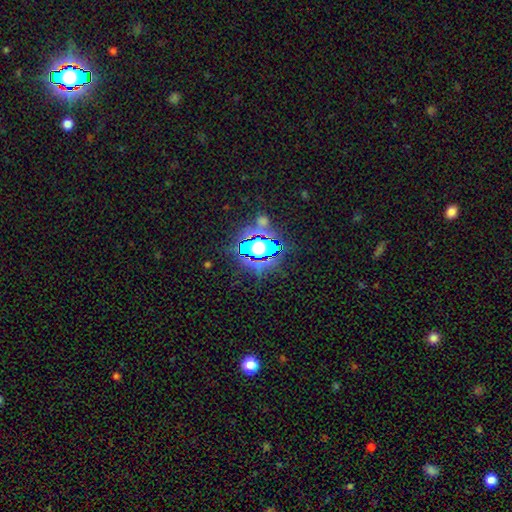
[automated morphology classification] The model was most divided on "smooth or featured": star or artifact: 63%, smooth: 24%, featured or disk: 14%.